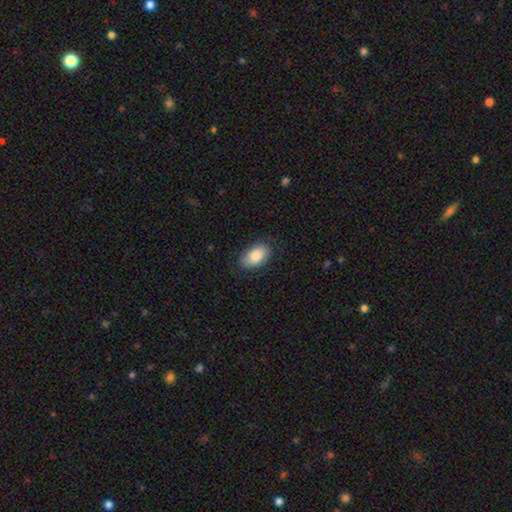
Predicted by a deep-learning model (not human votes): Smooth or featured?
  - smooth: 85% *
  - featured or disk: 8%
  - star or artifact: 6%
How rounded?
  - in between: 92% *
  - round: 6%
  - cigar-shaped: 1%
Merging?
  - none: 82% *
  - minor disturbance: 13%
  - major disturbance: 3%
  - merger: 1%